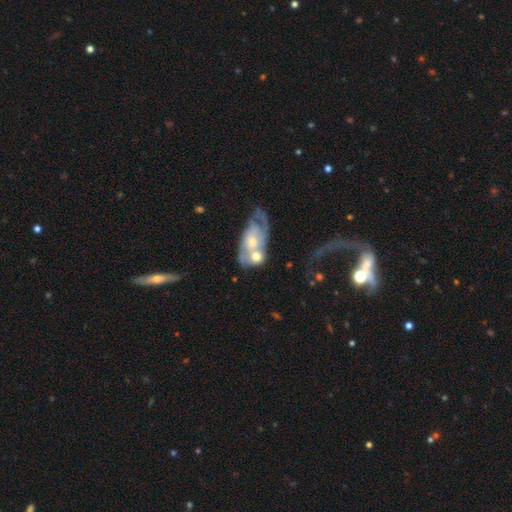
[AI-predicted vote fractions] Overall: featured or disk (59%; smooth 35%). Edge-on disk: no (93%). Bar: no (77%). Spiral arms: yes (63%; no 37%). Bulge size: moderate (45%, tied with small). Merging: merger (58%).